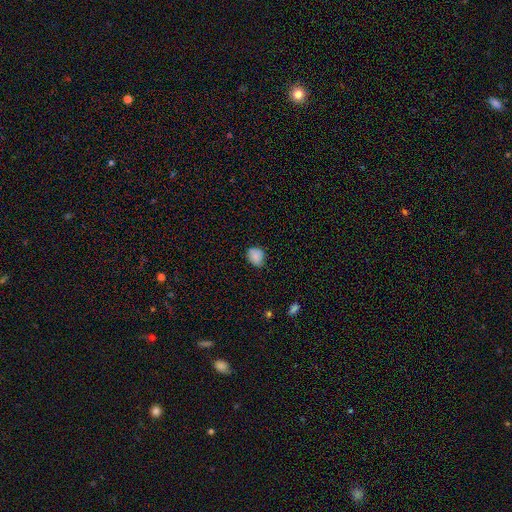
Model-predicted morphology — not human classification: This appears to be a smooth galaxy with no disk features (84%) that is round (52%). Merging: none (65%).